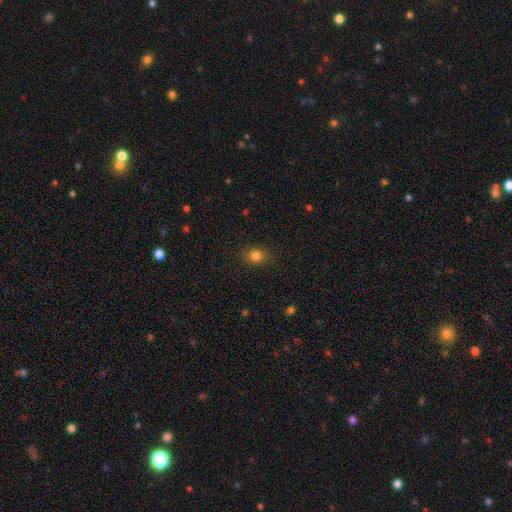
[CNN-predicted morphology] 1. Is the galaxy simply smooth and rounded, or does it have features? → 82% smooth, 12% star or artifact, 6% featured or disk.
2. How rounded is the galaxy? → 54% round, 45% in between, 1% cigar-shaped.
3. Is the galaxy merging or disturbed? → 87% none, 10% minor disturbance, 3% major disturbance, 1% merger.